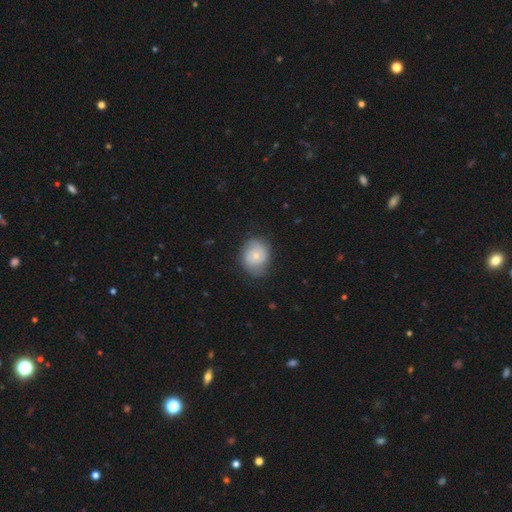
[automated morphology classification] Smooth or featured? smooth (56%)
How rounded? round (66%)
Merging? none (65%)